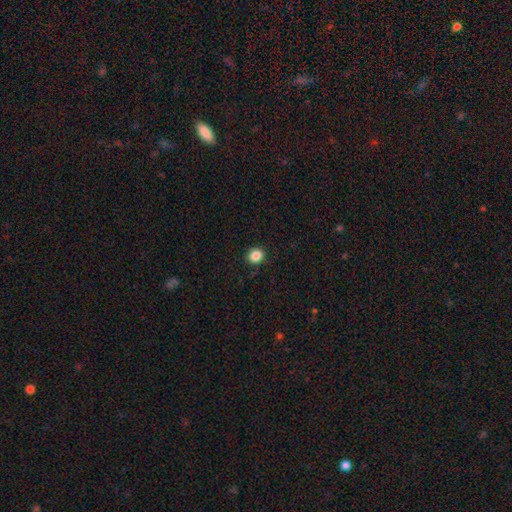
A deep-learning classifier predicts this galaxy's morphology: smooth-or-featured: smooth: 86% | star or artifact: 10% | featured or disk: 4%
  how-rounded: round: 75% | in between: 24% | cigar-shaped: 1%
  merging: none: 89% | minor disturbance: 8% | major disturbance: 2% | merger: 1%